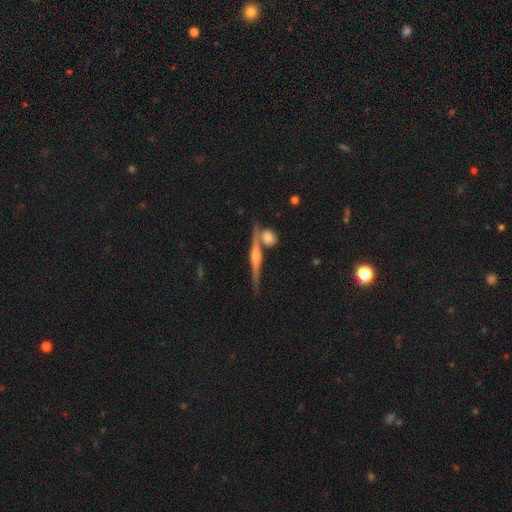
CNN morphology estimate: This is likely a featured or disk galaxy (79%). It is clearly viewed edge-on (97%). Edge-on bulge: clearly rounded (82%). Merging: likely none (78%).